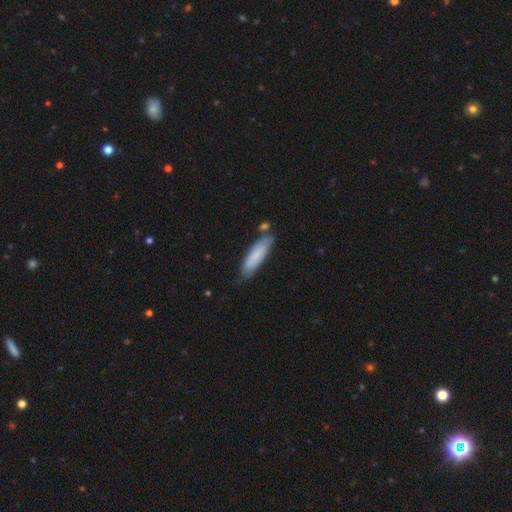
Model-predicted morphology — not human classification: Q: Smooth or featured?
A: smooth (76%); runner-up: featured or disk (18%)
Q: How rounded?
A: cigar-shaped (64%); runner-up: in between (35%)
Q: Merging?
A: none (68%); runner-up: minor disturbance (21%)